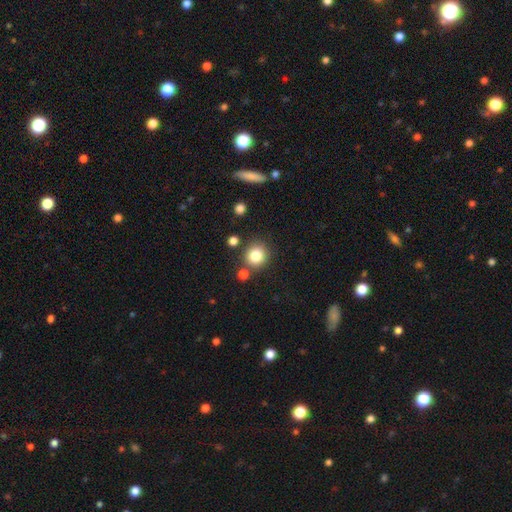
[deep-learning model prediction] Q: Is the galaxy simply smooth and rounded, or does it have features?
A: smooth — 83%.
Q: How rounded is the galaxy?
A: round — 88%.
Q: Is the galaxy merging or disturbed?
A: none — 79%.